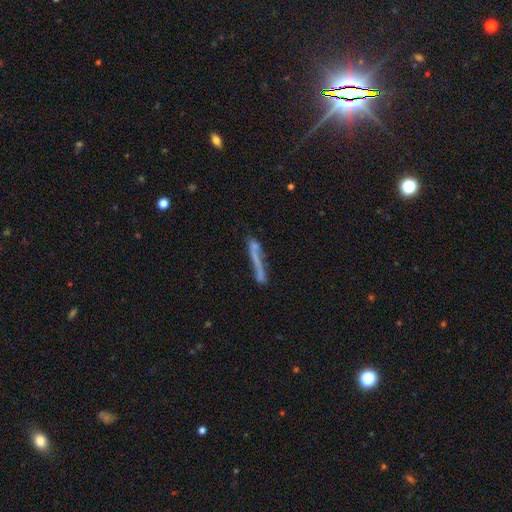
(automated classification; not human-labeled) This is possibly a smooth galaxy (48%). Merging: possibly none (54%).